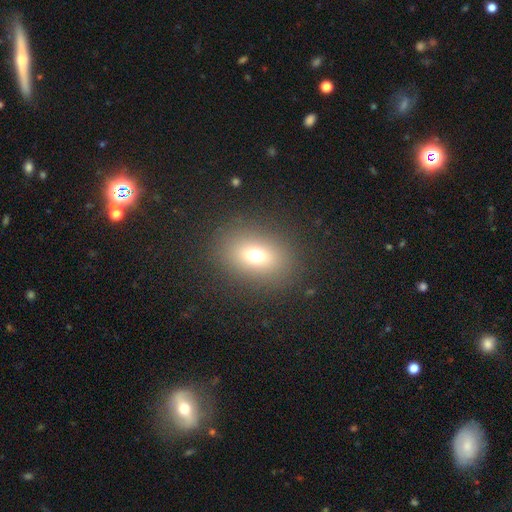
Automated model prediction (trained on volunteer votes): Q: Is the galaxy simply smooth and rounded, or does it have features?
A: smooth — 69%.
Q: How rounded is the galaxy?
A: in between — 57%.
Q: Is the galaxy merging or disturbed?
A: none — 85%.